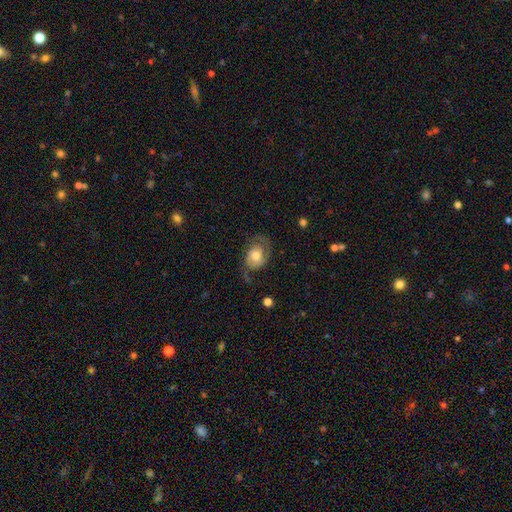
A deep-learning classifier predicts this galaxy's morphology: featured or disk 67%, smooth 25%, star or artifact 7%. Down the decision tree: edge-on disk — no (97%); bar — no (72%); spiral arms — yes (90%); spiral arm count — 2 (78%); spiral winding — medium (43%); bulge size — moderate (64%); merging — none (59%).